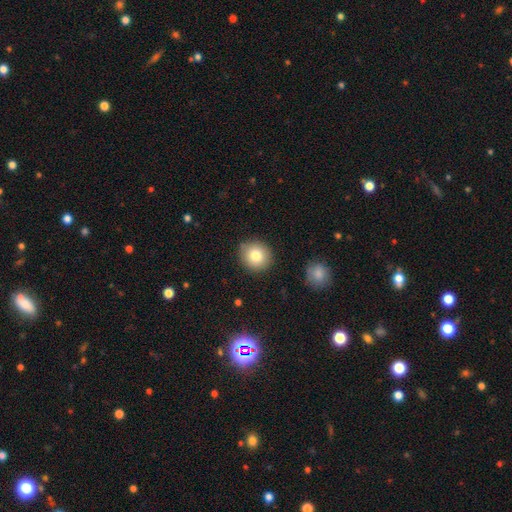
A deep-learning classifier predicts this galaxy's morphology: Q: Smooth or featured?
A: smooth (80%); runner-up: featured or disk (10%)
Q: How rounded?
A: round (86%); runner-up: in between (13%)
Q: Merging?
A: none (87%); runner-up: minor disturbance (9%)